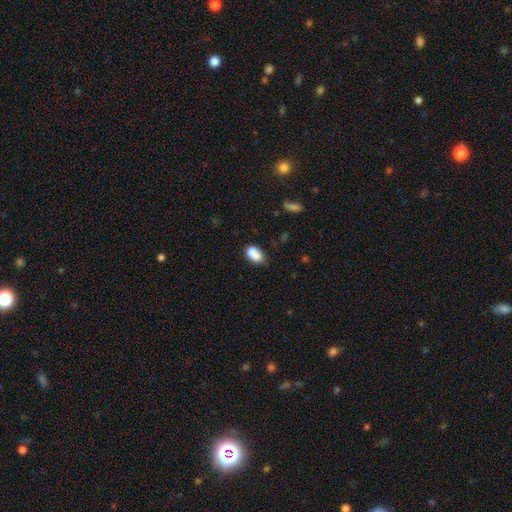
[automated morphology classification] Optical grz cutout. It shows a smooth galaxy with no disk features (73%) that is in between round and cigar-shaped (72%). Merging: merger (51%).